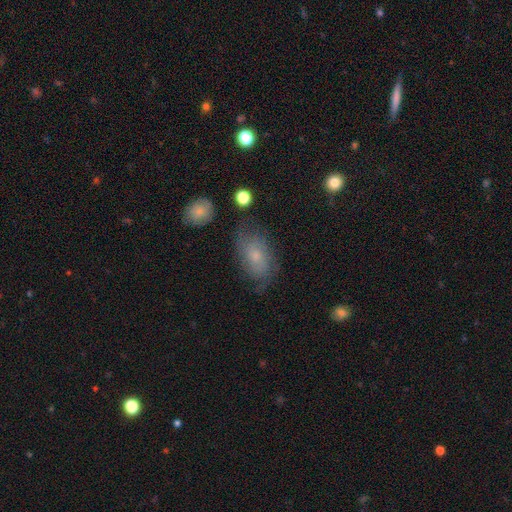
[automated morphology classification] This is possibly a smooth galaxy (46%). Merging: likely none (64%).